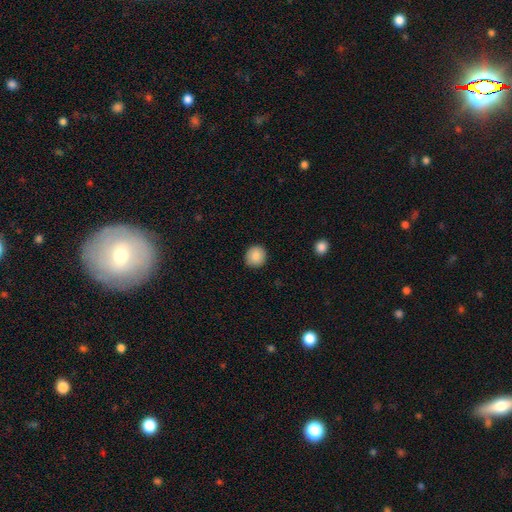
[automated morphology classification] smooth 88%, star or artifact 8%, featured or disk 4%. Down the decision tree: how rounded — round (89%); merging — none (90%).